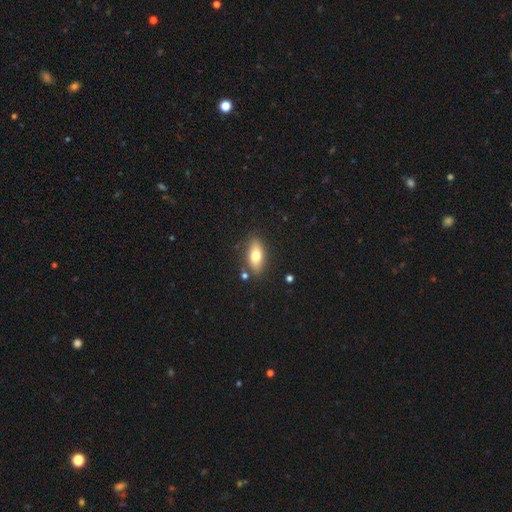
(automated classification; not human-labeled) A smooth galaxy with no disk features (72%) that is in between round and cigar-shaped (82%). Merging: none (83%).